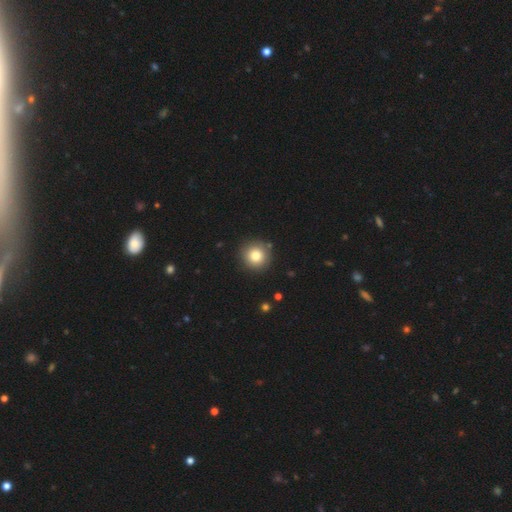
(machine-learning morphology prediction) Smooth or featured? smooth (80%)
How rounded? round (94%)
Merging? none (89%)